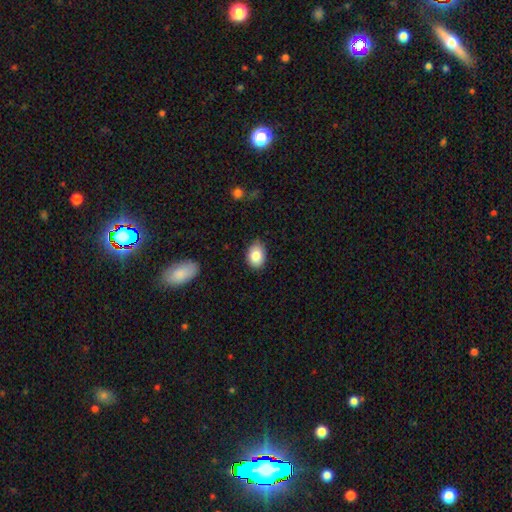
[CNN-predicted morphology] Smooth or featured? smooth (85%)
How rounded? in between (72%)
Merging? none (80%)